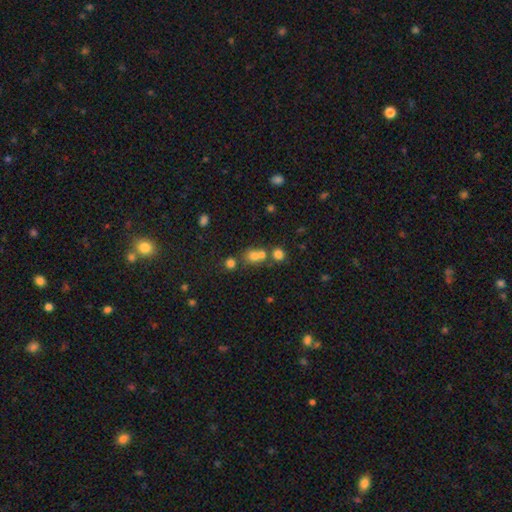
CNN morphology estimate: Smooth or featured?
  - smooth: 58% *
  - star or artifact: 28%
  - featured or disk: 13%
How rounded?
  - round: 77% *
  - in between: 22%
  - cigar-shaped: 1%
Merging?
  - none: 49% *
  - merger: 40%
  - minor disturbance: 7%
  - major disturbance: 4%